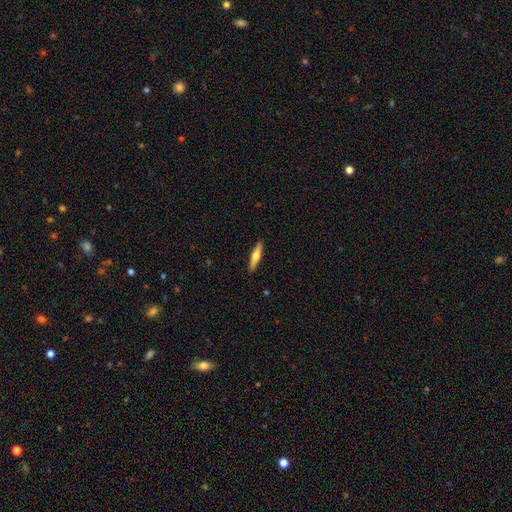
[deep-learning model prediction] Smooth or featured: smooth — 48% (featured or disk — 47%)
Merging: none — 90% (minor disturbance — 7%)